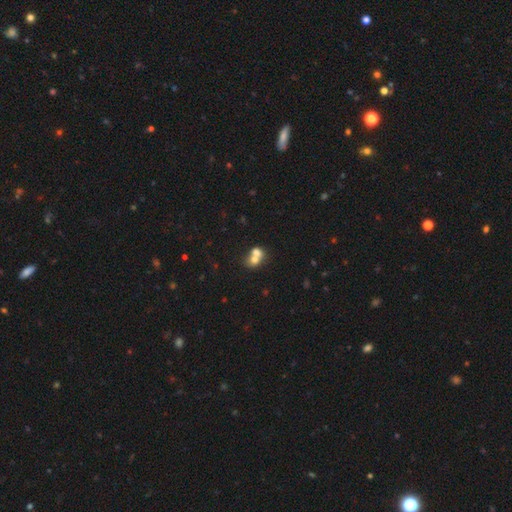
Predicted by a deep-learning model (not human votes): Smooth or featured? Predicted: smooth (p=0.67). How rounded? Predicted: round (p=0.59). Merging? Predicted: merger (p=0.70).